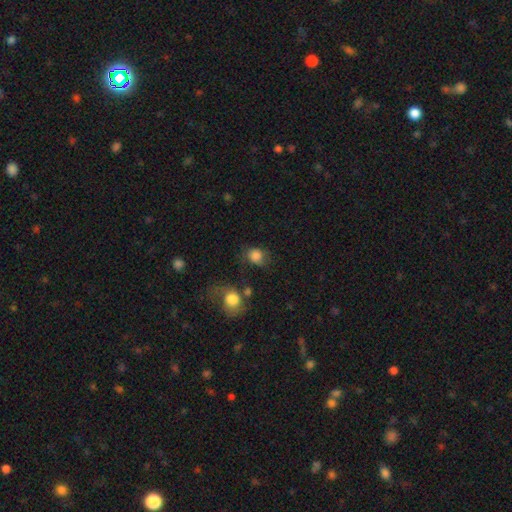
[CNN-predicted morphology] The model was most divided on "merging": none: 46%, minor disturbance: 25%, major disturbance: 18%, merger: 11%. More confident: smooth or featured — smooth (80%); how rounded — round (64%).